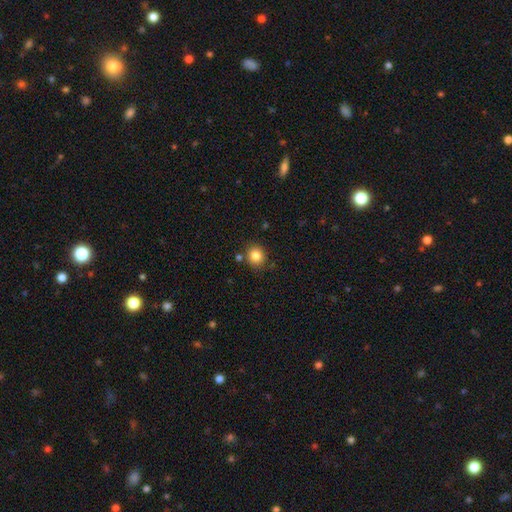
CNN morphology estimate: The model was most divided on "merging": none: 81%, minor disturbance: 10%, merger: 6%, major disturbance: 3%. More confident: how rounded — round (85%); smooth or featured — smooth (83%).